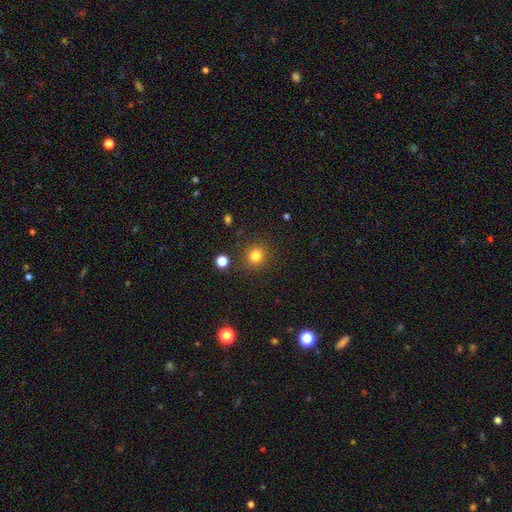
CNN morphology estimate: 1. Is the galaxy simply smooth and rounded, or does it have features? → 81% smooth, 13% star or artifact, 5% featured or disk.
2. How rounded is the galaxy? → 91% round, 8% in between, 1% cigar-shaped.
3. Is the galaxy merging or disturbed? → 88% none, 7% minor disturbance, 3% major disturbance, 2% merger.